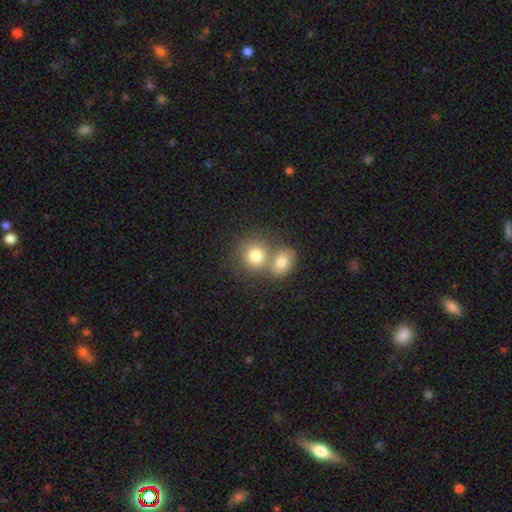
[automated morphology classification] smooth-or-featured: smooth: 78% | featured or disk: 12% | star or artifact: 10%
  how-rounded: round: 76% | in between: 23% | cigar-shaped: 1%
  merging: merger: 53% | none: 37% | minor disturbance: 7% | major disturbance: 3%